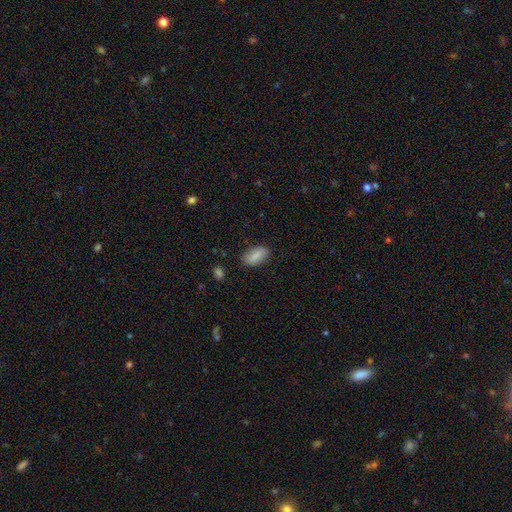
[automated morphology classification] Smooth or featured?
  - smooth: 86% *
  - star or artifact: 7%
  - featured or disk: 7%
How rounded?
  - in between: 88% *
  - cigar-shaped: 9%
  - round: 3%
Merging?
  - none: 82% *
  - minor disturbance: 13%
  - major disturbance: 3%
  - merger: 2%